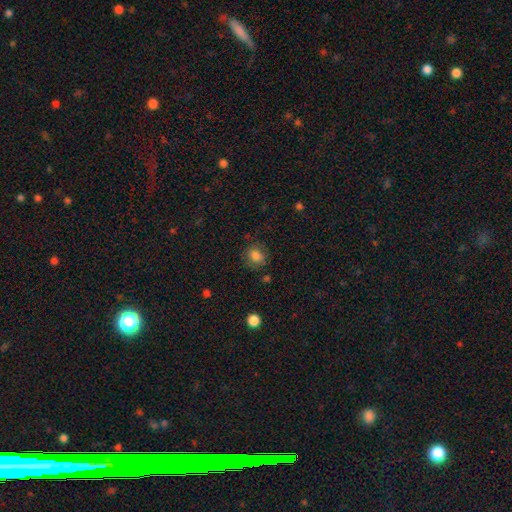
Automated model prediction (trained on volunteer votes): Overall: smooth (81%). How rounded: round (66%; in between 33%). Merging: none (79%).